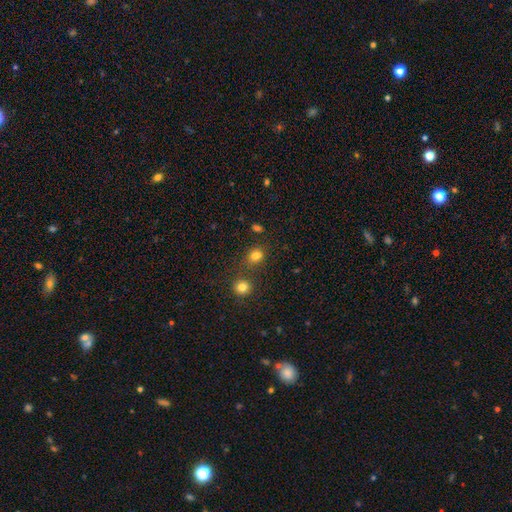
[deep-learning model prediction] Morphology: type=smooth (76%); roundness=round (58%); merging=none (59%).